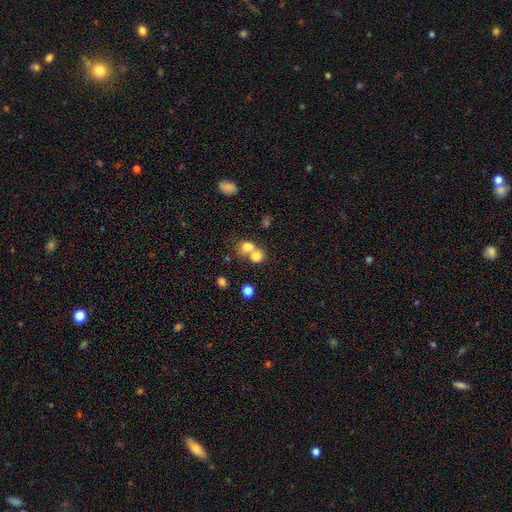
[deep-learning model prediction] Smooth or featured? smooth (76%)
How rounded? round (69%)
Merging? merger (56%)